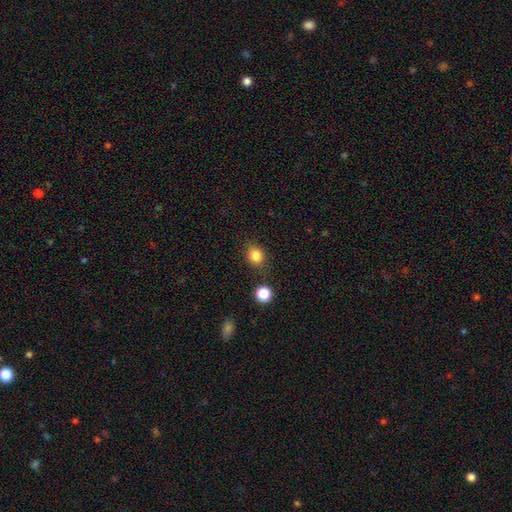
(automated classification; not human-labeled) Morphology: type=smooth (83%); roundness=round (67%); merging=none (82%).